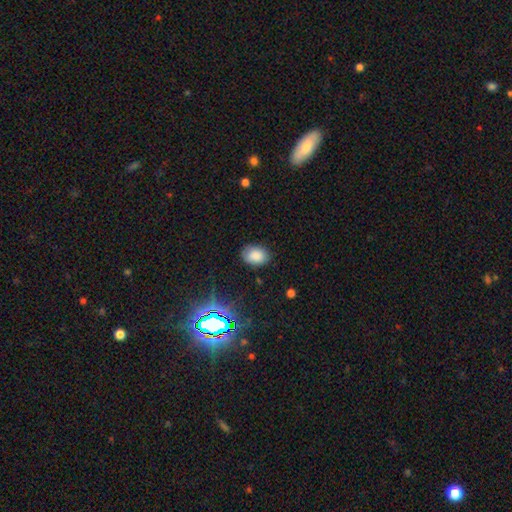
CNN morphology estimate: Q: Smooth or featured?
A: smooth (82%); runner-up: star or artifact (12%)
Q: How rounded?
A: in between (79%); runner-up: round (19%)
Q: Merging?
A: none (82%); runner-up: minor disturbance (14%)